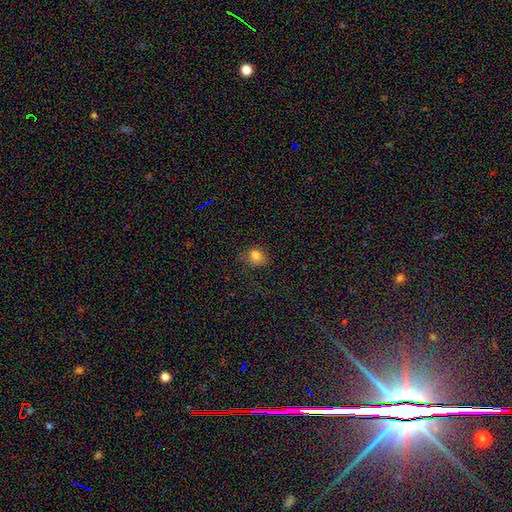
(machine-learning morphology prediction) smooth_or_featured: smooth (p=0.81) [alt: star or artifact p=0.14]
how_rounded: round (p=0.59) [alt: in between p=0.40]
merging: none (p=0.73) [alt: minor disturbance p=0.19]